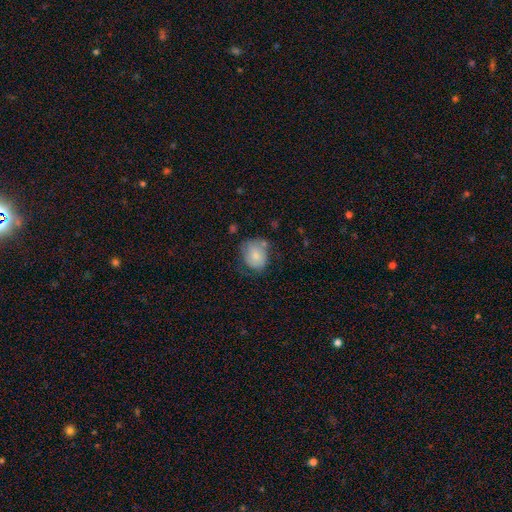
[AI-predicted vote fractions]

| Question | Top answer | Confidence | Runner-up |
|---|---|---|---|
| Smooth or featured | smooth | 75% | featured or disk (18%) |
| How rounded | round | 60% | in between (40%) |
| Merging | none | 48% | minor disturbance (32%) |